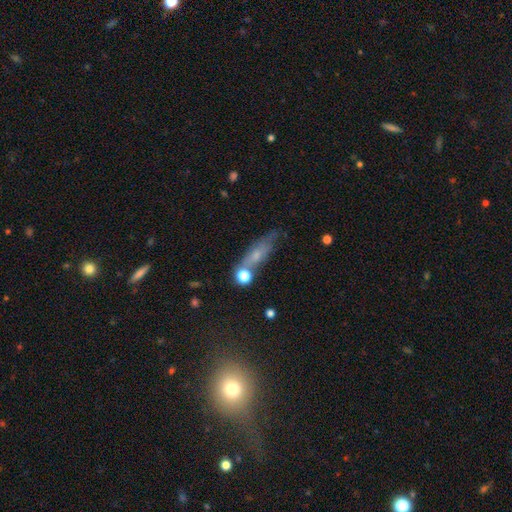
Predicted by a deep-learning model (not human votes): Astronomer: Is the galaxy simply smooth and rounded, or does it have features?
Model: smooth — 54% (runner-up: featured or disk, 33%).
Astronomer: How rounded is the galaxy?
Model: cigar-shaped — 55% (runner-up: in between, 37%).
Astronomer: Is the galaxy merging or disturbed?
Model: none — 56%.